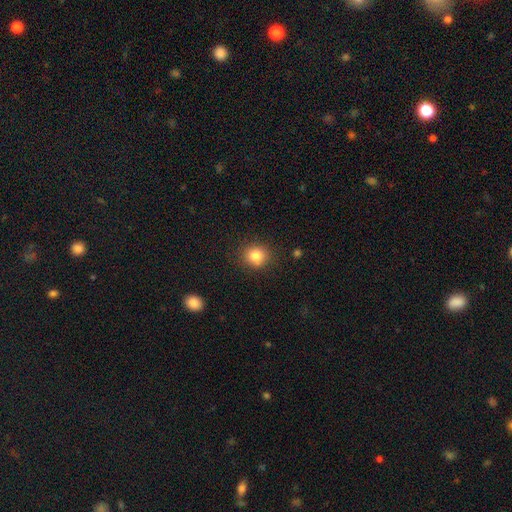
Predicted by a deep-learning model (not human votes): A smooth galaxy with no disk features (82%) that is round (82%). Merging: none (86%).